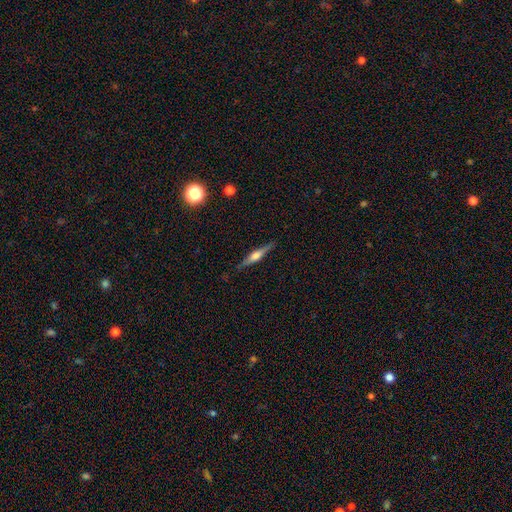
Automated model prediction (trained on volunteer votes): Morphology: type=featured or disk (67%); edge-on=yes (97%); edge-on bulge=rounded (85%); merging=none (88%).